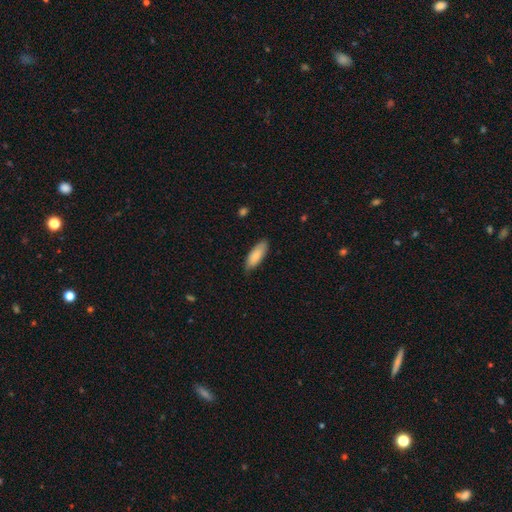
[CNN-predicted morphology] smooth 84%, featured or disk 10%, star or artifact 5%. Down the decision tree: how rounded — in between (70%); merging — none (78%).